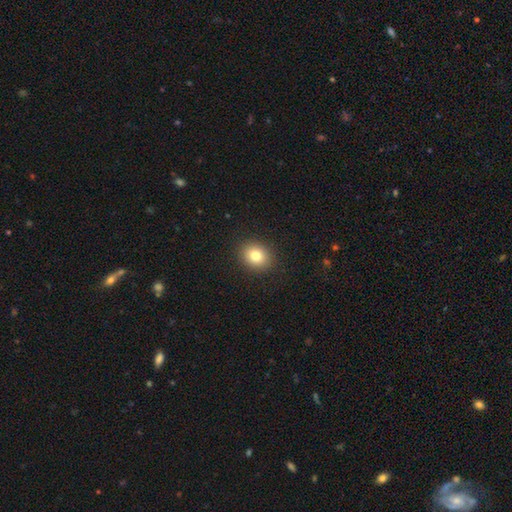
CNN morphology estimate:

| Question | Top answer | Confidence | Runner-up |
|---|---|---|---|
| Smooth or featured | smooth | 81% | star or artifact (11%) |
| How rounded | round | 65% | in between (34%) |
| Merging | none | 90% | minor disturbance (7%) |